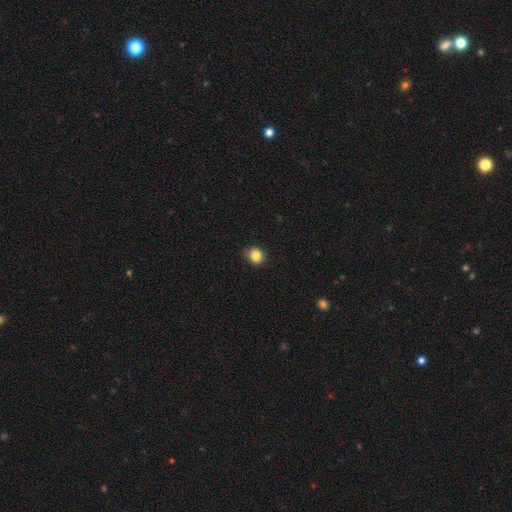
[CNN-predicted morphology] Smooth or featured? smooth (85%)
How rounded? round (83%)
Merging? none (77%)